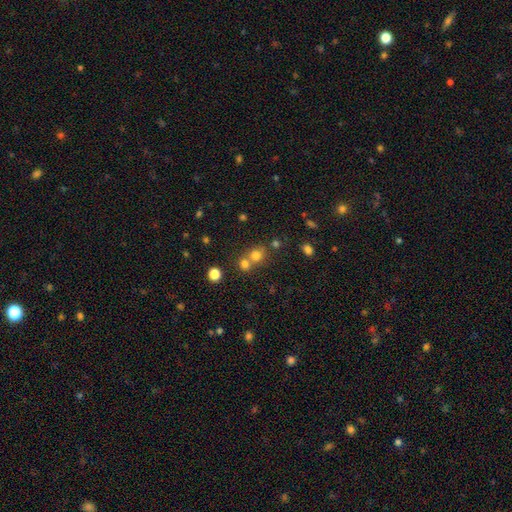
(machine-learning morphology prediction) This is likely a smooth galaxy (74%). How rounded: clearly round (80%). Merging: possibly none (48%).